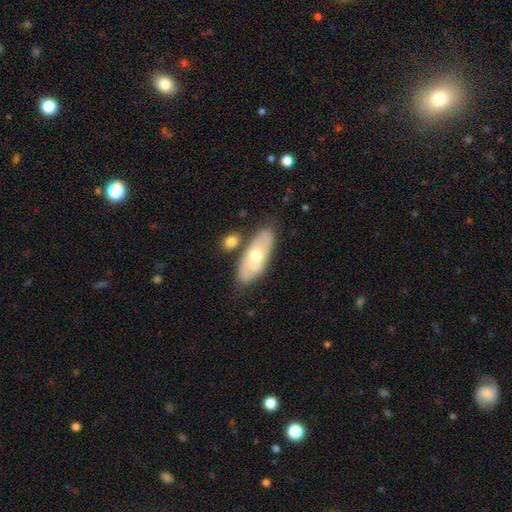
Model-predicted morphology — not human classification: smooth_or_featured: smooth (p=0.47) [tied with: featured or disk p=0.47]
merging: none (p=0.68) [alt: minor disturbance p=0.15]